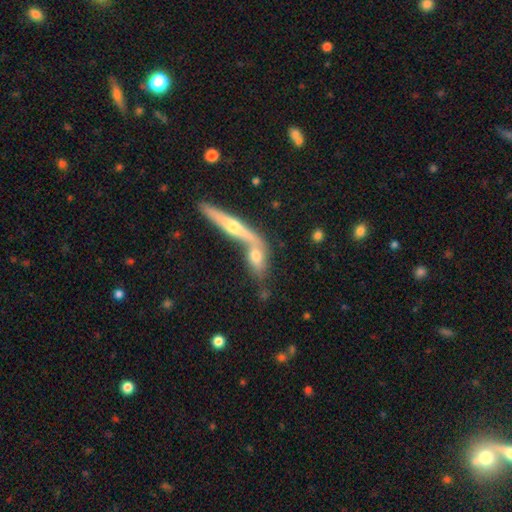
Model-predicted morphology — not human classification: Smooth or featured? smooth (53%)
How rounded? in between (54%)
Merging? merger (50%)